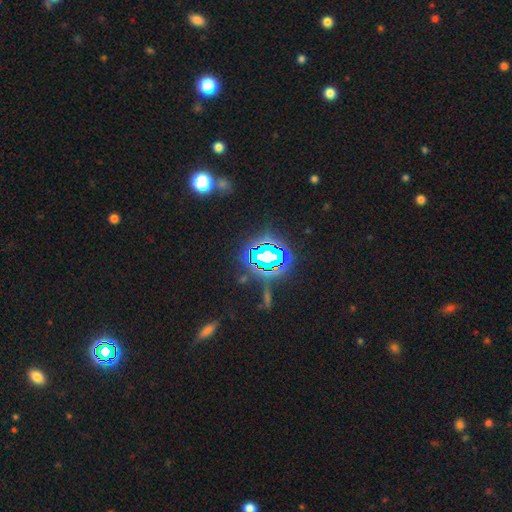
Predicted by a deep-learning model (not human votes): The model was most divided on "smooth or featured": star or artifact: 77%, smooth: 14%, featured or disk: 9%.